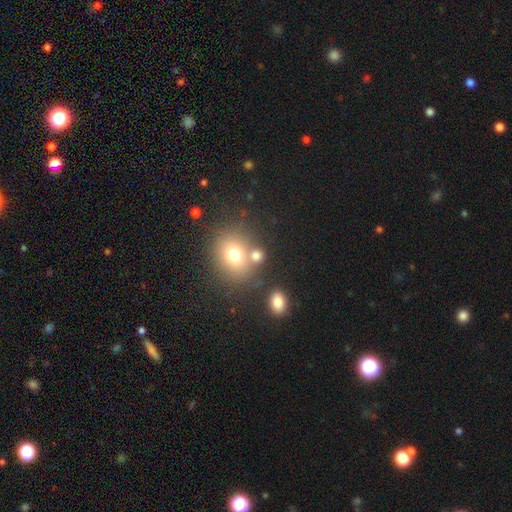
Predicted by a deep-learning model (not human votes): smooth_or_featured: smooth (p=0.73) [alt: star or artifact p=0.15]
how_rounded: round (p=0.65) [alt: in between p=0.34]
merging: none (p=0.59) [alt: merger p=0.26]